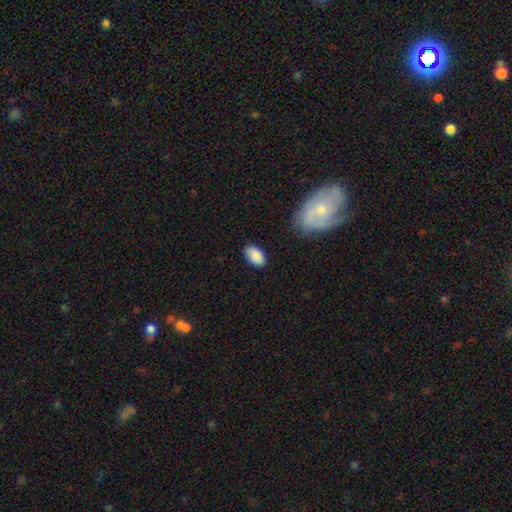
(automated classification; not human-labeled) This is clearly a smooth galaxy (88%). How rounded: clearly in between (94%). Merging: clearly none (83%).